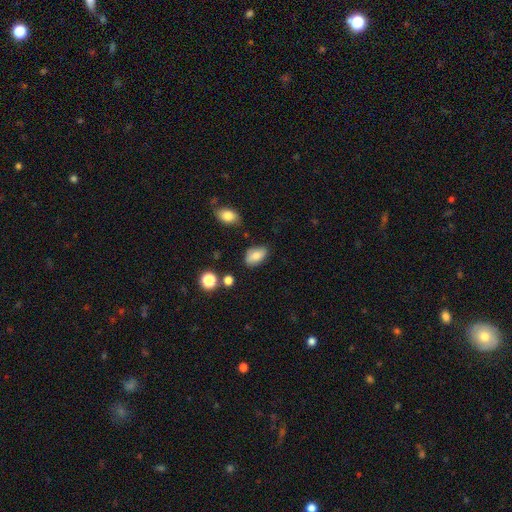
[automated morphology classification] Smooth or featured? Predicted: smooth (p=0.79). How rounded? Predicted: in between (p=0.90). Merging? Predicted: none (p=0.77).